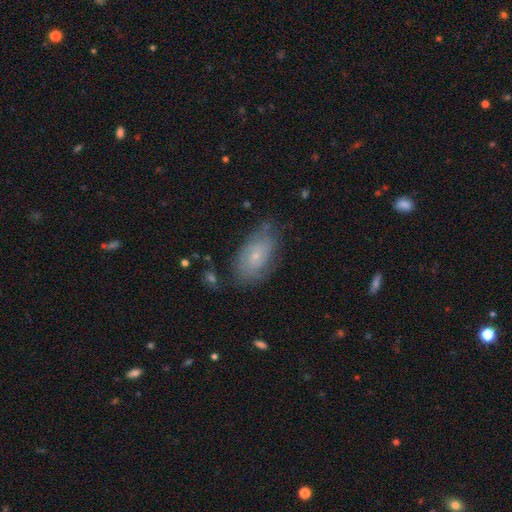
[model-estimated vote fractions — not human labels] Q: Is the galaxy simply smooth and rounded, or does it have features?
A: featured or disk — 50%.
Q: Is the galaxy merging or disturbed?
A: none — 68%.